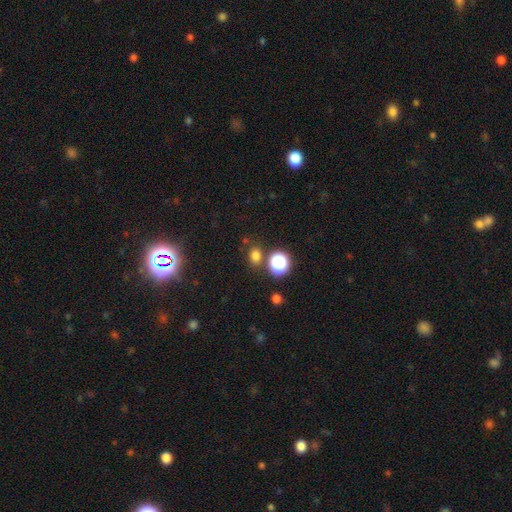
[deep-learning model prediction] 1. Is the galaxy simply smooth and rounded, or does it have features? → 74% smooth, 21% star or artifact, 5% featured or disk.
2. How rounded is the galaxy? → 52% in between, 46% round, 1% cigar-shaped.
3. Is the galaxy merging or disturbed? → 77% none, 10% minor disturbance, 9% merger, 4% major disturbance.